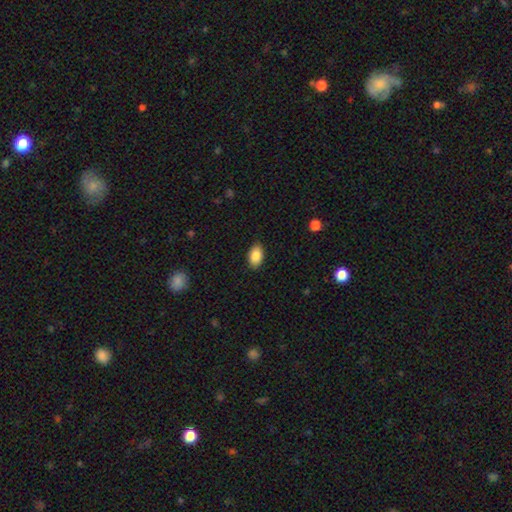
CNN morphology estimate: Smooth or featured?
  - smooth: 88% *
  - star or artifact: 7%
  - featured or disk: 5%
How rounded?
  - in between: 91% *
  - round: 8%
  - cigar-shaped: 1%
Merging?
  - none: 87% *
  - minor disturbance: 10%
  - major disturbance: 2%
  - merger: 1%